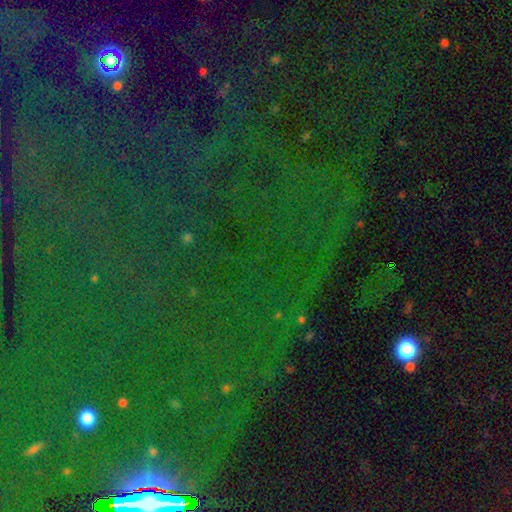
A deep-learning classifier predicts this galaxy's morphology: This is clearly a star or artifact rather than a galaxy (82%).